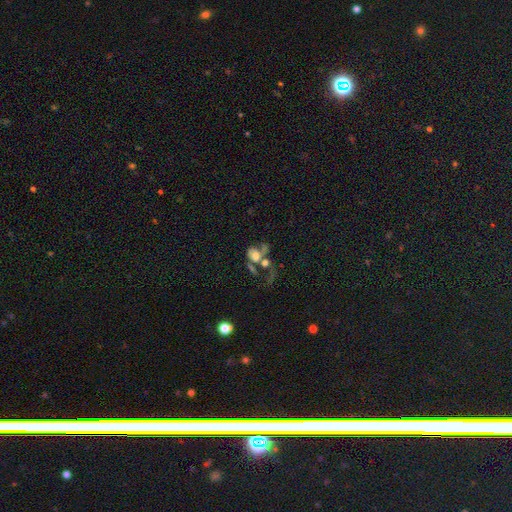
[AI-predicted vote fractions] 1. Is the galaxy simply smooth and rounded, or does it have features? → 46% featured or disk, 41% smooth, 14% star or artifact.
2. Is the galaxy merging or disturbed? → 54% merger, 24% major disturbance, 15% none, 8% minor disturbance.